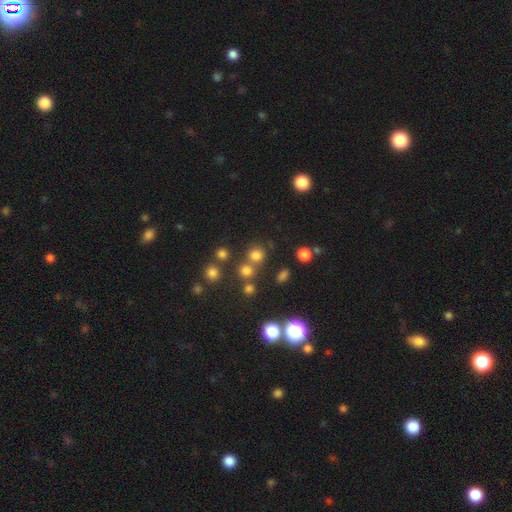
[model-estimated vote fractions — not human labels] Smooth or featured?
  - smooth: 73% *
  - star or artifact: 20%
  - featured or disk: 7%
How rounded?
  - round: 88% *
  - in between: 11%
  - cigar-shaped: 1%
Merging?
  - none: 68% *
  - merger: 20%
  - minor disturbance: 8%
  - major disturbance: 4%